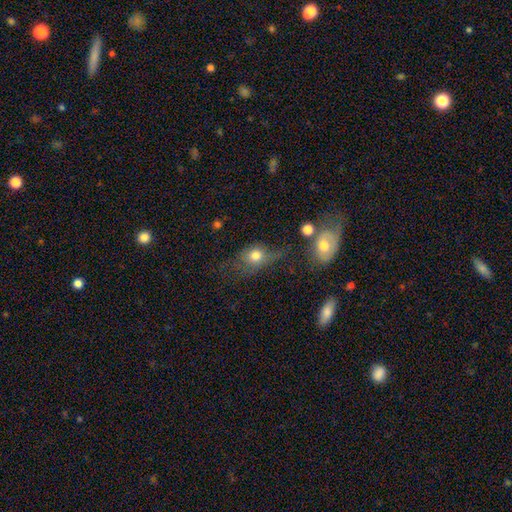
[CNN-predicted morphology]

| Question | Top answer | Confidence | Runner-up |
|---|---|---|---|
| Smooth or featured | smooth | 71% | featured or disk (17%) |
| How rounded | in between | 51% | round (46%) |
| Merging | none | 40% | minor disturbance (26%) |